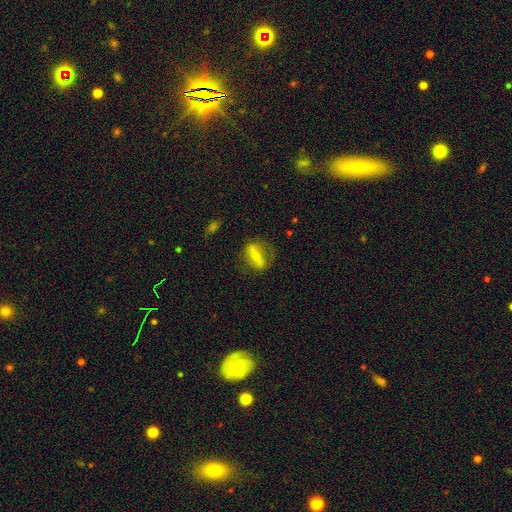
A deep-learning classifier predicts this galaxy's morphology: This is possibly a featured or disk galaxy (51%). It is likely not viewed edge-on (67%). Merging: likely none (72%).